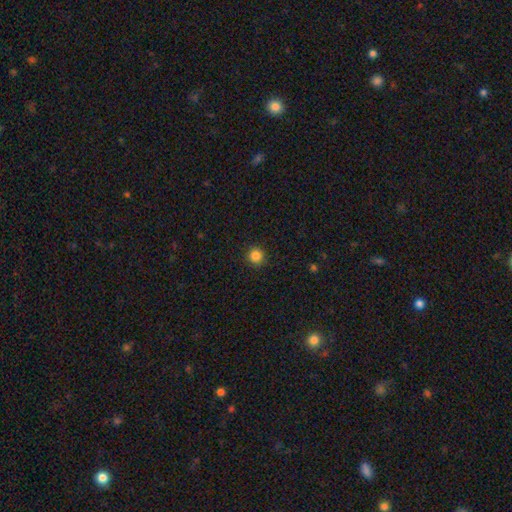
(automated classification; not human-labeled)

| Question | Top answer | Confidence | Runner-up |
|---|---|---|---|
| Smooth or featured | smooth | 85% | star or artifact (12%) |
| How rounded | round | 95% | in between (4%) |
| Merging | none | 91% | minor disturbance (6%) |